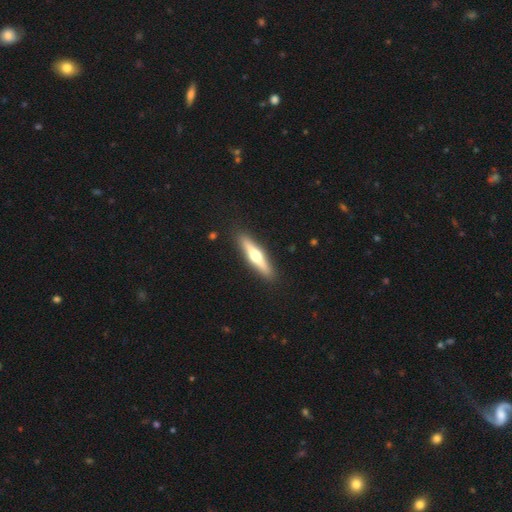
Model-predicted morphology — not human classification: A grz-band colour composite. It shows a featured or disk galaxy (58%) viewed edge-on (95%) with a rounded central bulge (94%). Merging: none (91%).